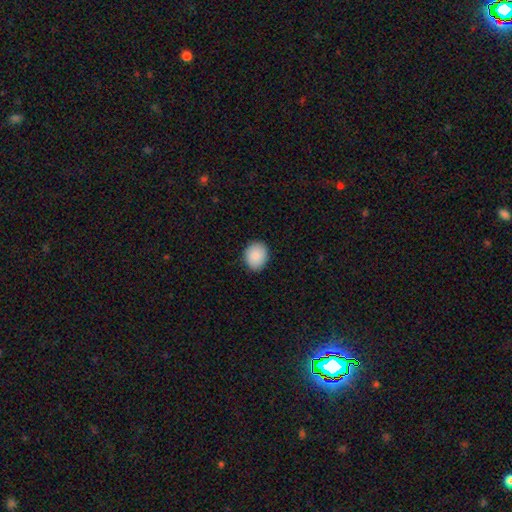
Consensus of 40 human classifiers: A smooth galaxy with no disk features (90%) that is round (67%).

Vote fractions:
- Smooth or featured? smooth: 90% / featured or disk: 5% / star or artifact: 5%
- How rounded? round: 67% / in between: 33% / cigar-shaped: 0%
- Merging? none: 79% / minor disturbance: 13% / merger: 5% / major disturbance: 3%